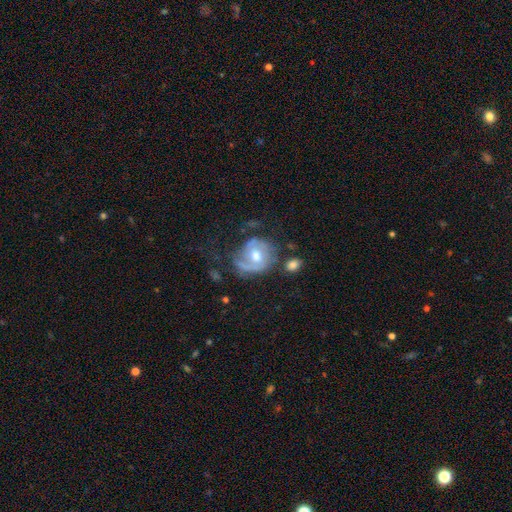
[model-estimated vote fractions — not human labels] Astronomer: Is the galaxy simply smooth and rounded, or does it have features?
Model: featured or disk — 65%.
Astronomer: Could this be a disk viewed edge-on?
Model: no — 97%.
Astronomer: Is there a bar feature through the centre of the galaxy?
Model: no — 65%.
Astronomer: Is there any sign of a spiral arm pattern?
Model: yes — 77%.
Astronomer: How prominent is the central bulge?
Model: moderate — 75%.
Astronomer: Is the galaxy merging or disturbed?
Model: none — 47% (runner-up: minor disturbance, 24%).